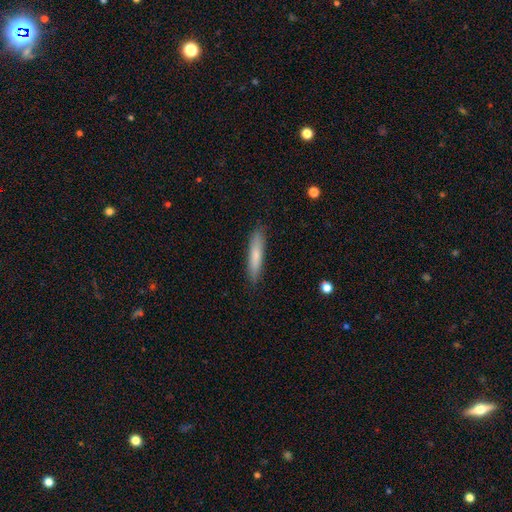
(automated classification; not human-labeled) smooth-or-featured: smooth: 74% | featured or disk: 20% | star or artifact: 6%
  how-rounded: cigar-shaped: 88% | in between: 10% | round: 1%
  merging: none: 88% | minor disturbance: 9% | major disturbance: 2% | merger: 1%